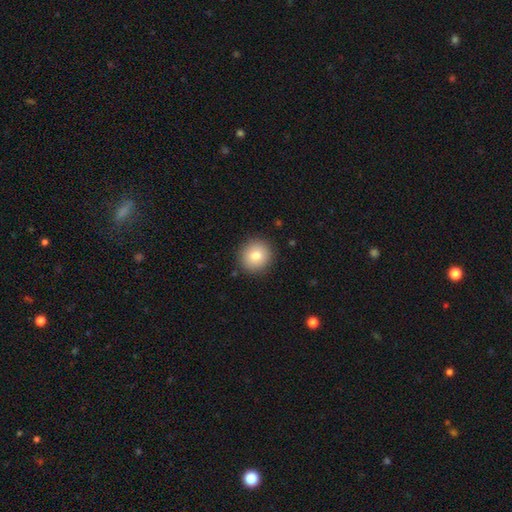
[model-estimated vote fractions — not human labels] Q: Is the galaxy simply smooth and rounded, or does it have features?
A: smooth — 80%.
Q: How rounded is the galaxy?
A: round — 91%.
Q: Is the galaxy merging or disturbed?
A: none — 90%.